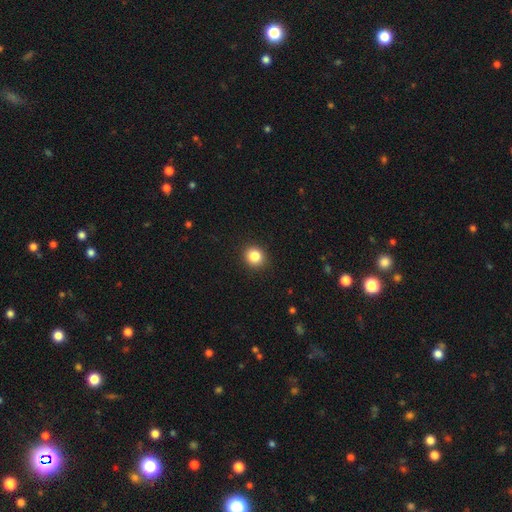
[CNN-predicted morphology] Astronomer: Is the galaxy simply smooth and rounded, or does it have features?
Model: smooth — 85%.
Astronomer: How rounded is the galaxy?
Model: round — 85%.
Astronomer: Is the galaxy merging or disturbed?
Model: none — 91%.